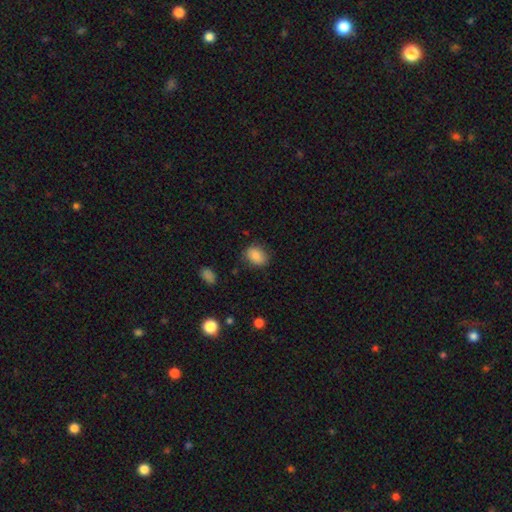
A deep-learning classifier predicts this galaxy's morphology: A smooth galaxy with no disk features (86%) that is in between round and cigar-shaped (69%). Merging: none (79%).